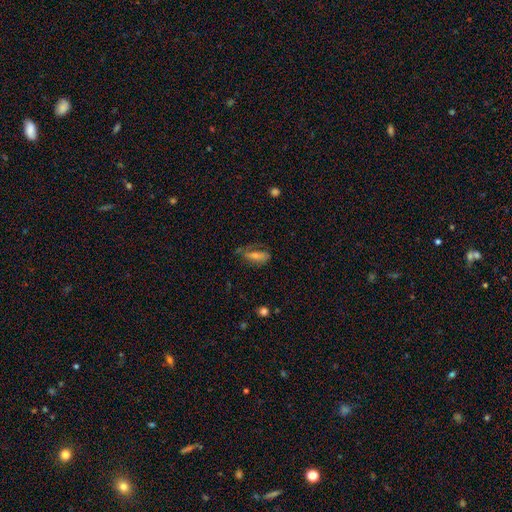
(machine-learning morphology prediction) A smooth galaxy with no disk features (42%). Merging: none (61%).